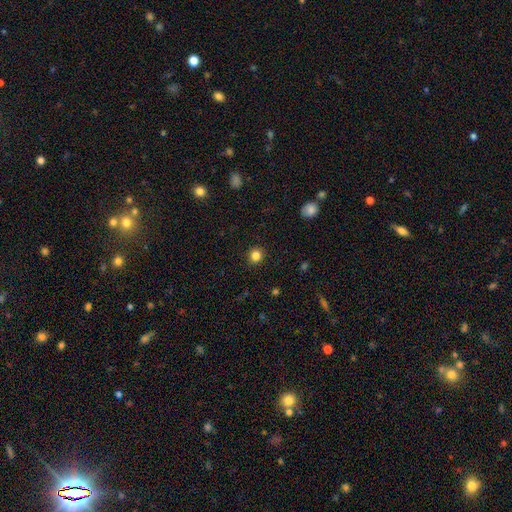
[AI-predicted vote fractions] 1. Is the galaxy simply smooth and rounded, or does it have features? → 83% smooth, 12% star or artifact, 5% featured or disk.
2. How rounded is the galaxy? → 90% round, 9% in between, 1% cigar-shaped.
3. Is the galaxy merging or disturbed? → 91% none, 6% minor disturbance, 2% major disturbance, 1% merger.